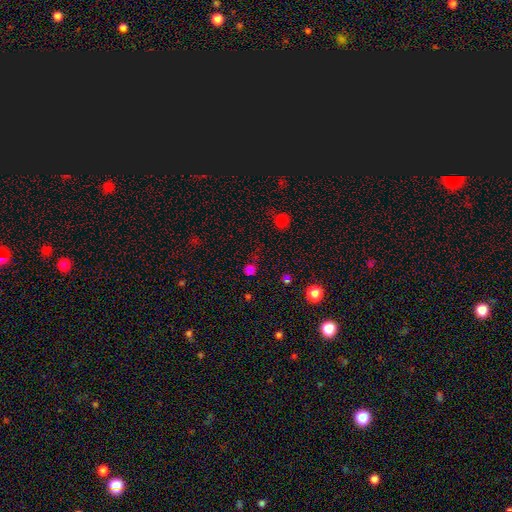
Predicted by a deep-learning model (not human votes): A smooth galaxy with no disk features (61%) that is round (89%). Merging: none (74%).